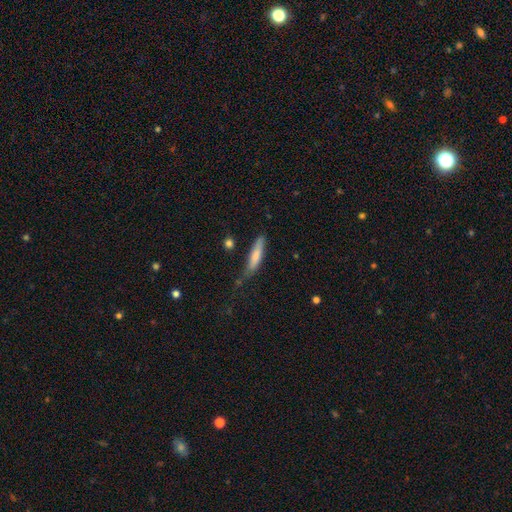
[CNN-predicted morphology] Q: Smooth or featured?
A: smooth (73%); runner-up: featured or disk (21%)
Q: How rounded?
A: cigar-shaped (83%); runner-up: in between (16%)
Q: Merging?
A: none (62%); runner-up: minor disturbance (27%)